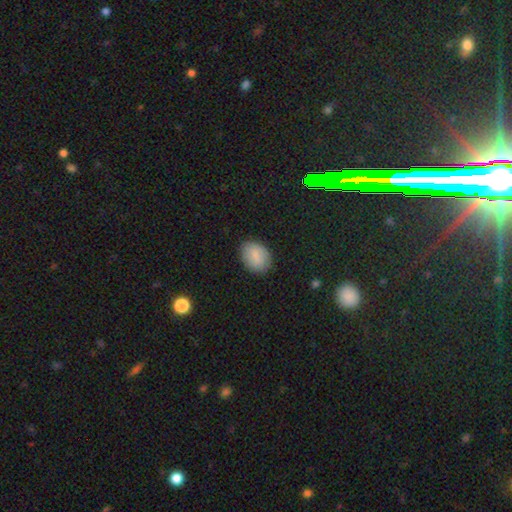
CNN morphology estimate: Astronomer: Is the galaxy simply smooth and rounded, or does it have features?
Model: smooth — 84%.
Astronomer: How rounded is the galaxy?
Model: in between — 75%.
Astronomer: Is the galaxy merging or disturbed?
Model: none — 85%.